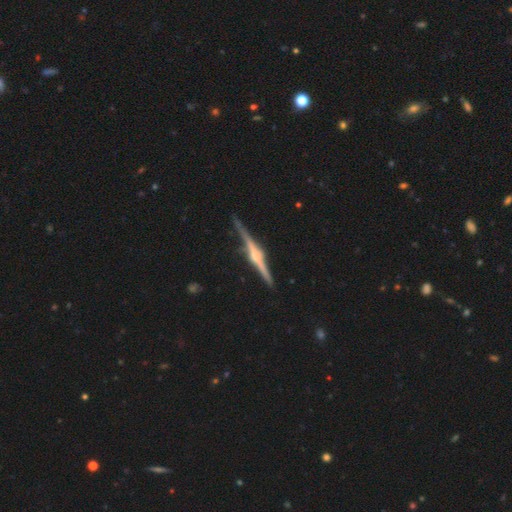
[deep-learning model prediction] Q: Smooth or featured?
A: featured or disk (87%); runner-up: smooth (8%)
Q: Edge-on disk?
A: yes (98%); runner-up: no (2%)
Q: Edge-on bulge?
A: rounded (81%); runner-up: boxy (13%)
Q: Merging?
A: none (85%); runner-up: minor disturbance (11%)